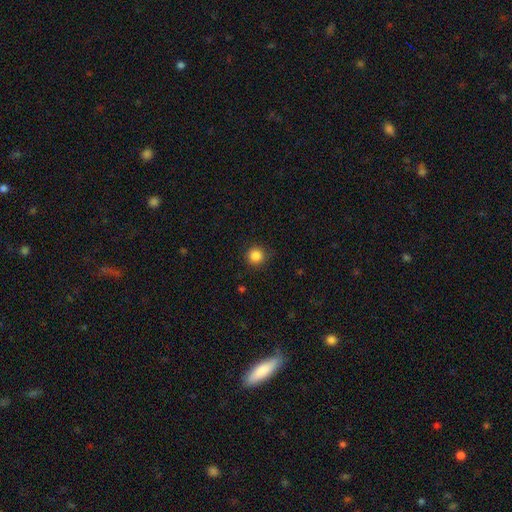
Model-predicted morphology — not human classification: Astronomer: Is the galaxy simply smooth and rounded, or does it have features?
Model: smooth — 85%.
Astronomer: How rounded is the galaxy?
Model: round — 94%.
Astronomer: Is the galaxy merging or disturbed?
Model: none — 86%.